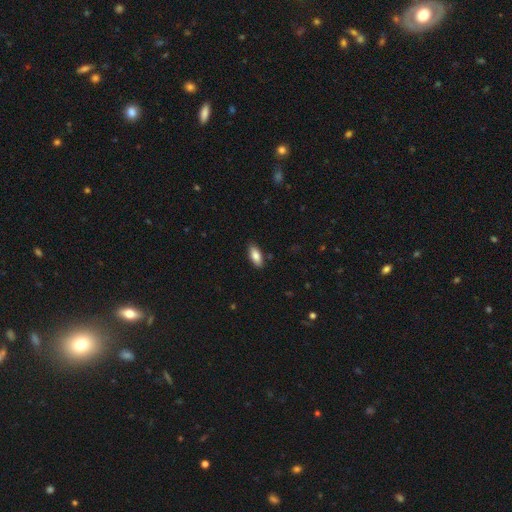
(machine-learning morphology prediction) type=smooth (84%); roundness=in between (85%); merging=none (87%).